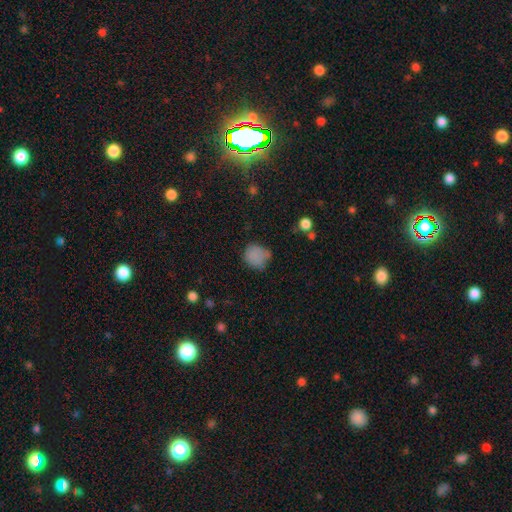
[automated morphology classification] smooth_or_featured: smooth (p=0.81) [alt: star or artifact p=0.12]
how_rounded: round (p=0.78) [alt: in between p=0.21]
merging: none (p=0.55) [alt: minor disturbance p=0.31]